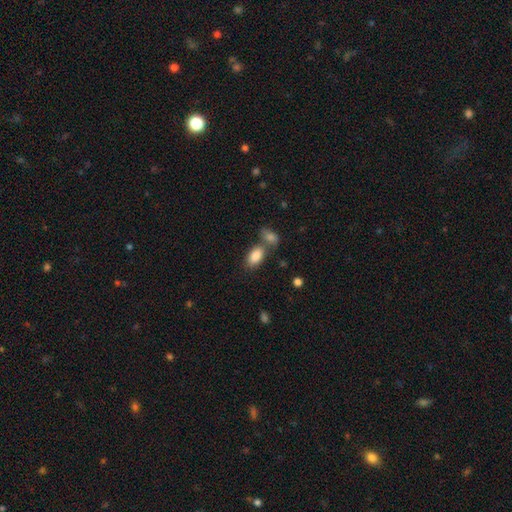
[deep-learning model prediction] Morphology: type=smooth (86%); roundness=in between (92%); merging=none (55%).